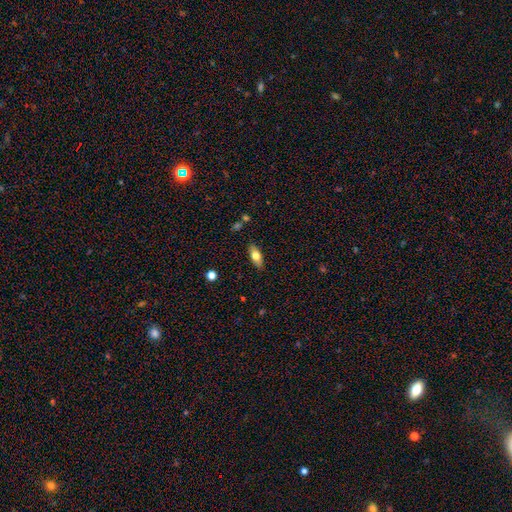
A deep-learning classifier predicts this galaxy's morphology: Q: Smooth or featured?
A: smooth (67%); runner-up: featured or disk (26%)
Q: How rounded?
A: in between (77%); runner-up: cigar-shaped (20%)
Q: Merging?
A: none (86%); runner-up: minor disturbance (10%)